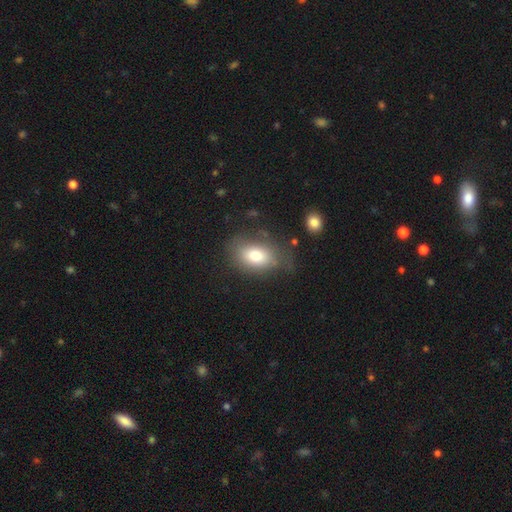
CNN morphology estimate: The model was most divided on "merging": none: 62%, minor disturbance: 23%, major disturbance: 11%, merger: 3%. More confident: how rounded — in between (80%); smooth or featured — smooth (75%).